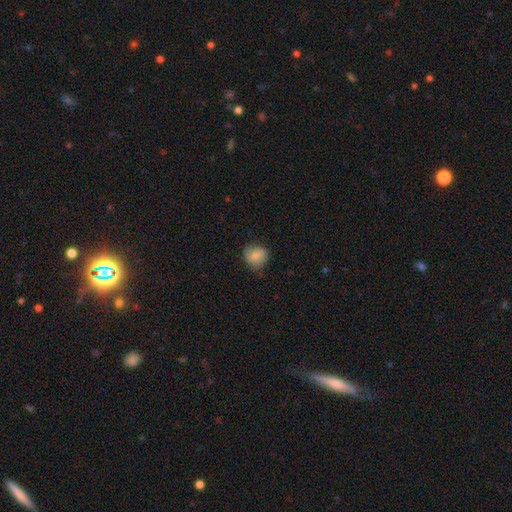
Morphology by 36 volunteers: Smooth or featured: smooth — 94% (featured or disk — 3%)
How rounded: round — 82% (in between — 18%)
Merging: none — 80% (minor disturbance — 17%)